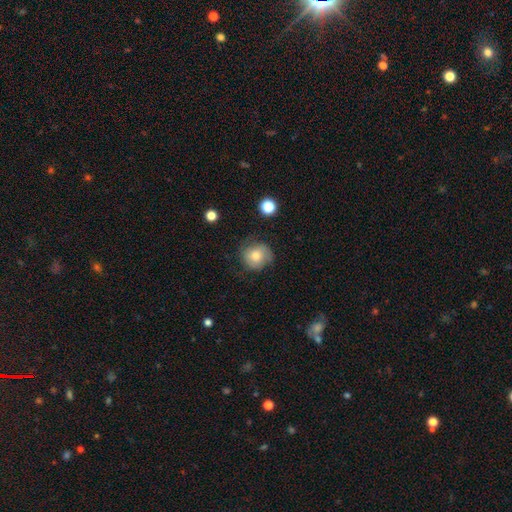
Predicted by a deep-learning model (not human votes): Smooth or featured: smooth — 71% (featured or disk — 20%)
How rounded: round — 85% (in between — 14%)
Merging: none — 66% (minor disturbance — 24%)